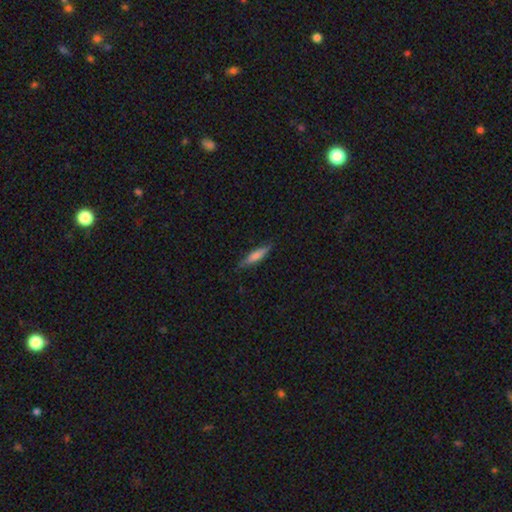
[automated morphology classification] This appears to be a smooth galaxy with no disk features (66%) that is cigar-shaped (81%). Merging: none (81%).